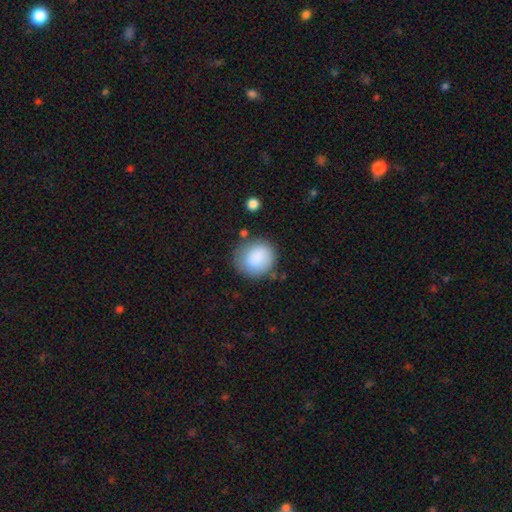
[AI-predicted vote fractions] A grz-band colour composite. It shows a smooth galaxy with no disk features (86%) that is round (83%). Merging: none (73%).